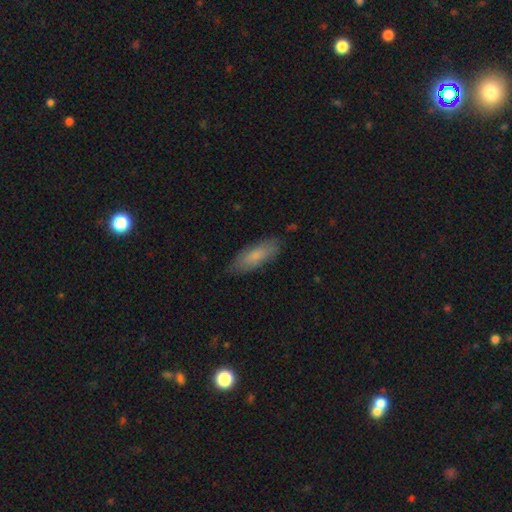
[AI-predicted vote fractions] Overall: smooth (77%). How rounded: in between (61%; cigar-shaped 37%). Merging: none (79%).